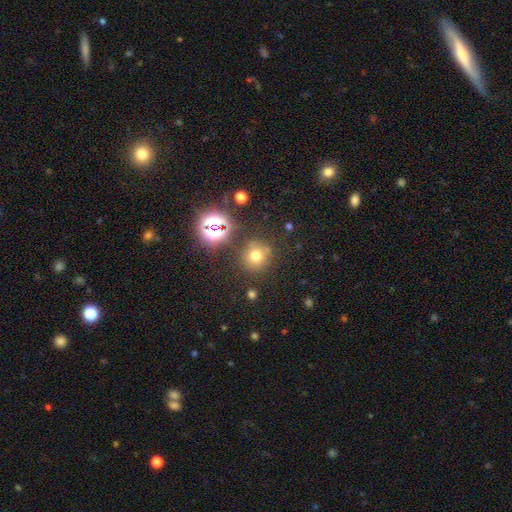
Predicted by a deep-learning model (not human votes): The model was most divided on "smooth or featured": smooth: 67%, star or artifact: 24%, featured or disk: 9%. More confident: how rounded — round (92%); merging — none (80%).